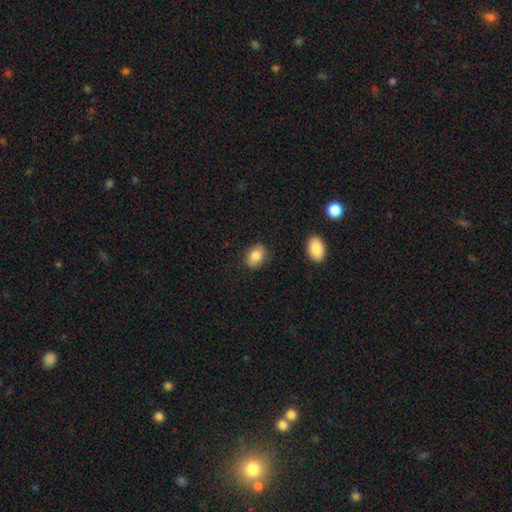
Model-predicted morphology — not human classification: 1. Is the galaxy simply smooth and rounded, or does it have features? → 84% smooth, 8% featured or disk, 8% star or artifact.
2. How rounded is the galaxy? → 68% in between, 30% round, 1% cigar-shaped.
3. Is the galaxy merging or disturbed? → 82% none, 13% minor disturbance, 3% major disturbance, 2% merger.